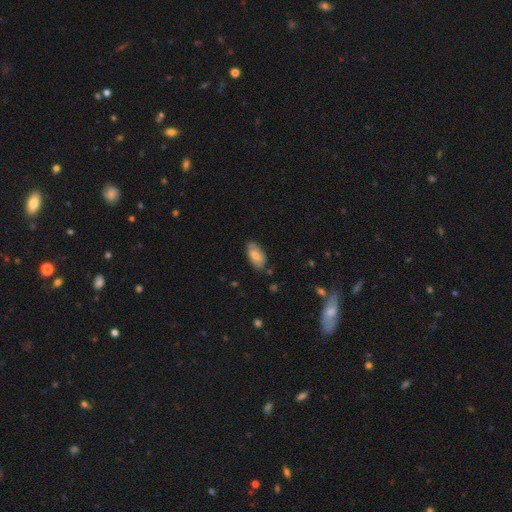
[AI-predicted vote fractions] This appears to be a smooth galaxy with no disk features (64%) that is in between round and cigar-shaped (93%). Merging: none (75%).